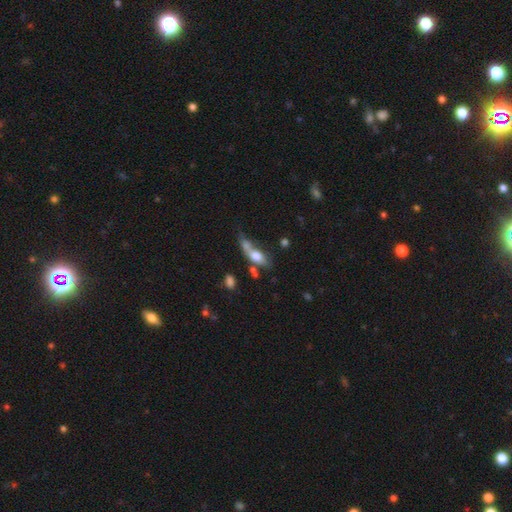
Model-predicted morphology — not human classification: Overall: smooth (63%; featured or disk 28%). How rounded: in between (63%; cigar-shaped 29%). Merging: merger (35%; none 30%).